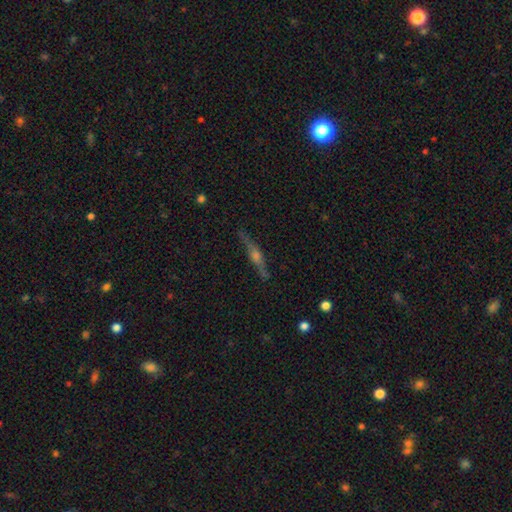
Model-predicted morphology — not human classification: smooth_or_featured: featured or disk (p=0.80) [alt: smooth p=0.12]
disk_edge_on: yes (p=0.97) [alt: no p=0.03]
edge_on_bulge: rounded (p=0.89) [alt: boxy p=0.06]
merging: none (p=0.87) [alt: minor disturbance p=0.09]